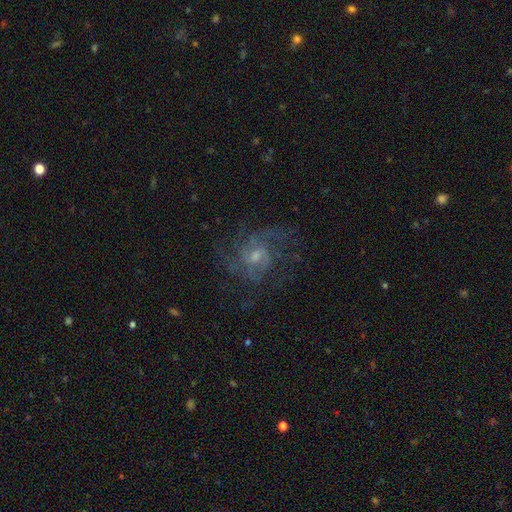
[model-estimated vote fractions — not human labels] Smooth or featured? featured or disk (74%)
Edge-on disk? no (97%)
Bar? no (55%)
Spiral arms? yes (90%)
Spiral winding? medium (49%)
Spiral arm count? can't tell (32%)
Bulge size? small (51%)
Merging? none (65%)